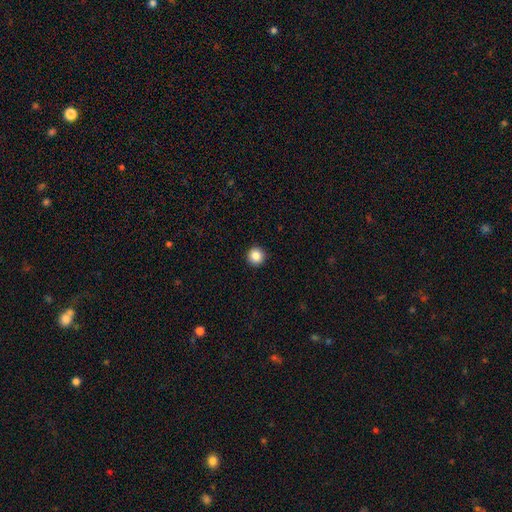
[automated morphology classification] smooth-or-featured: smooth: 86% | star or artifact: 10% | featured or disk: 4%
  how-rounded: round: 96% | in between: 3% | cigar-shaped: 1%
  merging: none: 93% | minor disturbance: 4% | major disturbance: 1% | merger: 1%